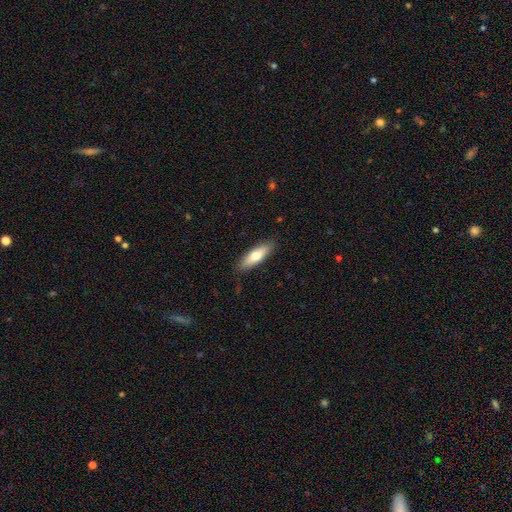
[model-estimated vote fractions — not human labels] smooth_or_featured: smooth (p=0.69) [alt: featured or disk p=0.25]
how_rounded: cigar-shaped (p=0.51) [alt: in between p=0.47]
merging: none (p=0.87) [alt: minor disturbance p=0.10]